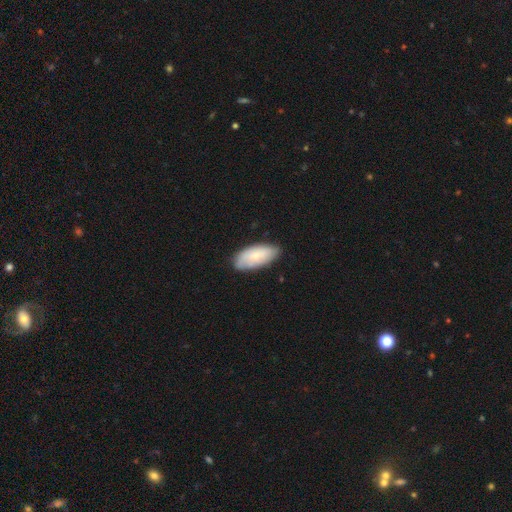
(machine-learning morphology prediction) A smooth galaxy with no disk features (74%) that is in between round and cigar-shaped (89%). Merging: none (78%).